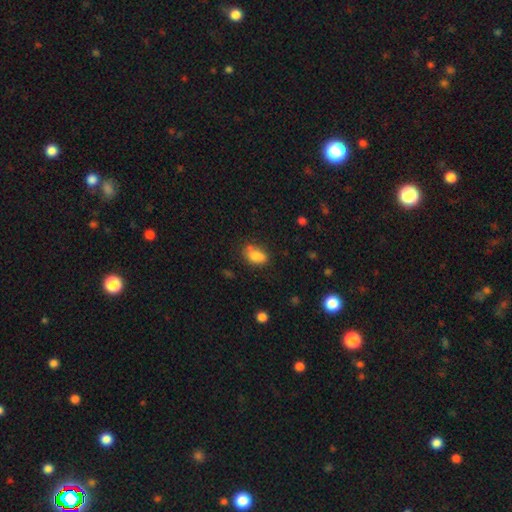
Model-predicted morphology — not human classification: Smooth or featured?
  - smooth: 84% *
  - star or artifact: 9%
  - featured or disk: 7%
How rounded?
  - in between: 86% *
  - round: 11%
  - cigar-shaped: 2%
Merging?
  - none: 66% *
  - minor disturbance: 23%
  - major disturbance: 6%
  - merger: 5%